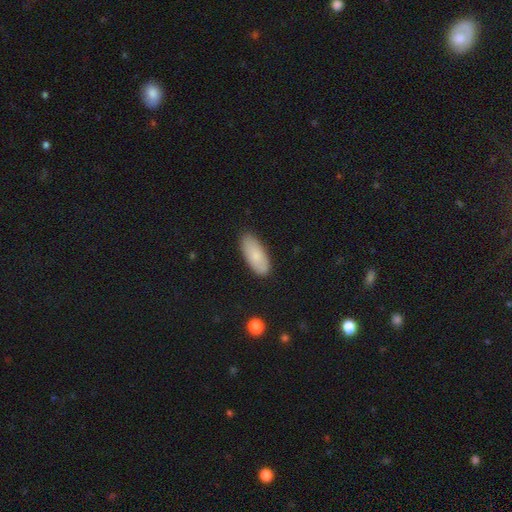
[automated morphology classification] This appears to be a smooth galaxy with no disk features (82%) that is in between round and cigar-shaped (87%). Merging: none (85%).